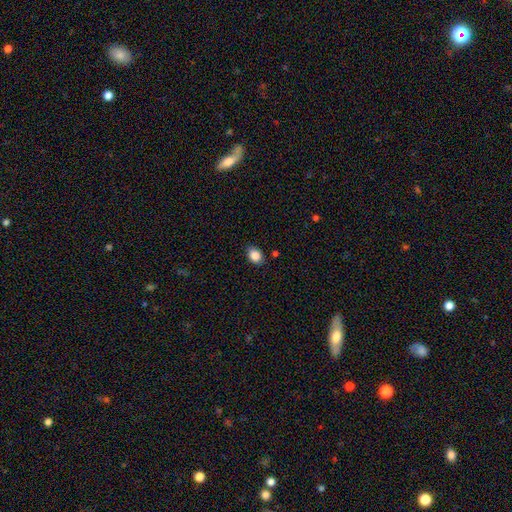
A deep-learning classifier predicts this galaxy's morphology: Smooth or featured: smooth — 85% (star or artifact — 9%)
How rounded: in between — 69% (round — 30%)
Merging: none — 85% (minor disturbance — 11%)